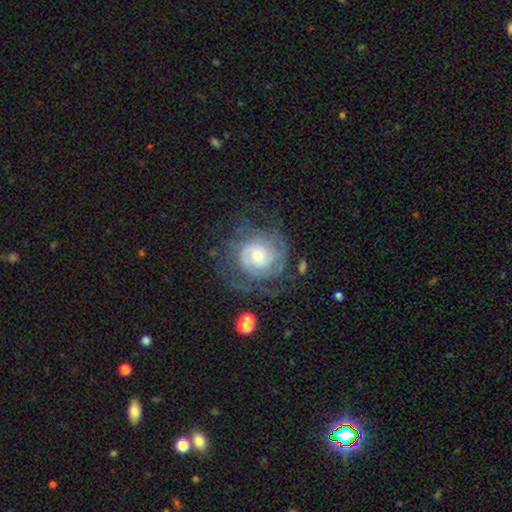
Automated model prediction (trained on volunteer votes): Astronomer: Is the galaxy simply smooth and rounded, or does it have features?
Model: featured or disk — 78%.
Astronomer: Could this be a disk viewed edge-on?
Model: no — 97%.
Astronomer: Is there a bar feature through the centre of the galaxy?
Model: no — 69%.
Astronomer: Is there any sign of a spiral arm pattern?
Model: yes — 90%.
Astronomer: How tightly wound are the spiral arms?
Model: tight — 64%.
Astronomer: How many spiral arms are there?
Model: can't tell — 43% (runner-up: 2, 26%).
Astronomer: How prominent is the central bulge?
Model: moderate — 52% (runner-up: small, 37%).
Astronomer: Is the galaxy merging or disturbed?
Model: none — 64%.